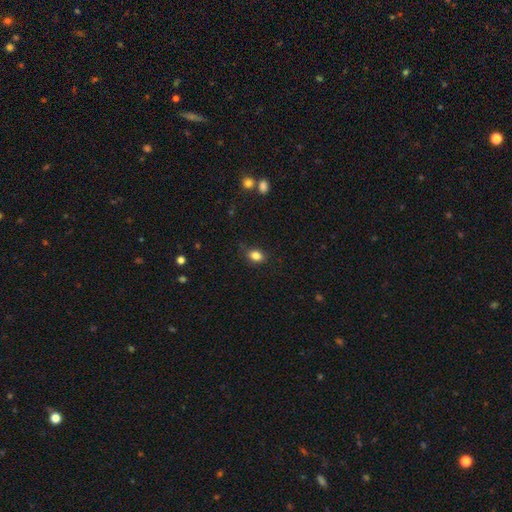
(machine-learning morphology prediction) Smooth or featured?
  - smooth: 84% *
  - star or artifact: 11%
  - featured or disk: 5%
How rounded?
  - in between: 64% *
  - round: 35%
  - cigar-shaped: 1%
Merging?
  - none: 79% *
  - minor disturbance: 16%
  - major disturbance: 4%
  - merger: 1%